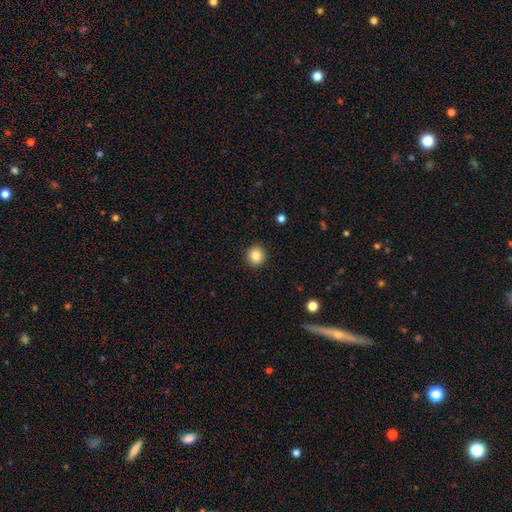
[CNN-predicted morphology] A smooth galaxy with no disk features (85%) that is round (92%). Merging: none (92%).